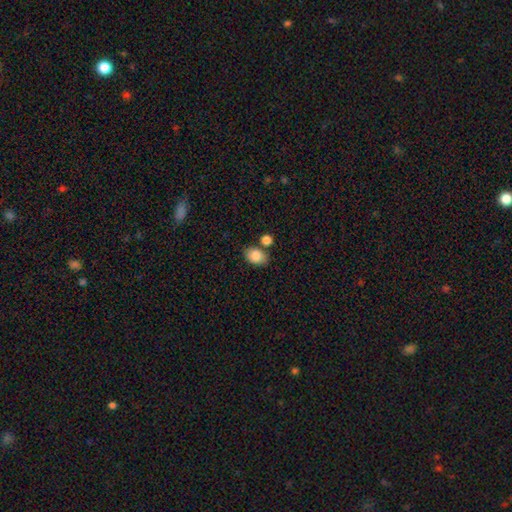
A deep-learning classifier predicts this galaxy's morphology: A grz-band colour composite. It shows a smooth galaxy with no disk features (86%) that is in between round and cigar-shaped (80%). Merging: none (70%).